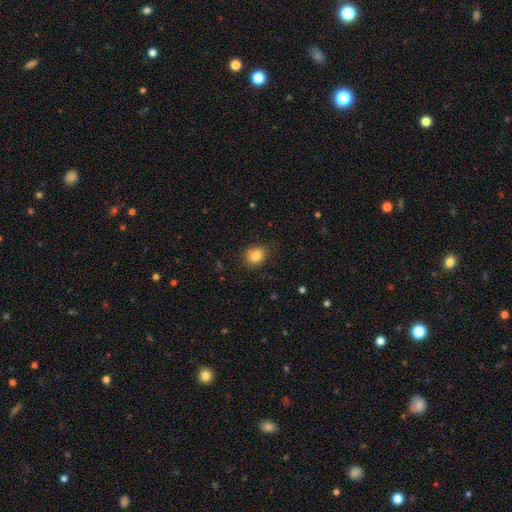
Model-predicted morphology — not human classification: smooth 82%, star or artifact 10%, featured or disk 8%. Down the decision tree: how rounded — round (59%); merging — none (77%).